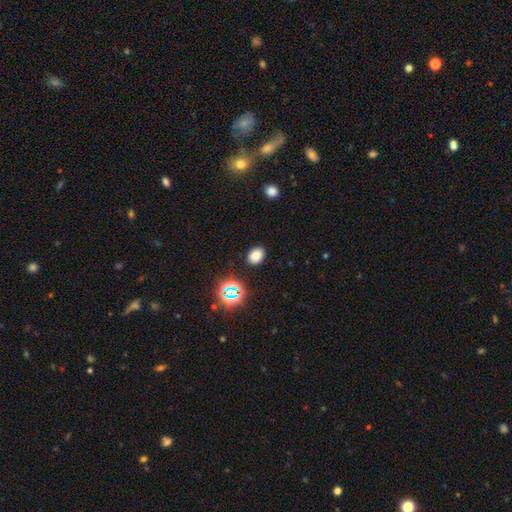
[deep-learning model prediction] Q: Smooth or featured?
A: smooth (77%); runner-up: star or artifact (17%)
Q: How rounded?
A: in between (67%); runner-up: round (32%)
Q: Merging?
A: none (86%); runner-up: minor disturbance (10%)